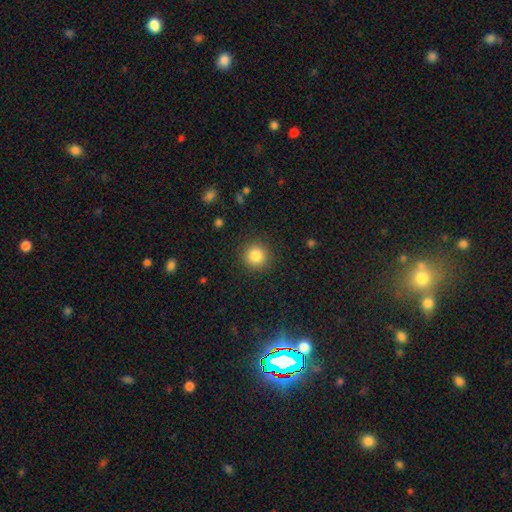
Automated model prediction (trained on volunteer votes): Smooth or featured?
  - smooth: 85% *
  - star or artifact: 10%
  - featured or disk: 5%
How rounded?
  - round: 94% *
  - in between: 6%
  - cigar-shaped: 1%
Merging?
  - none: 90% *
  - minor disturbance: 6%
  - major disturbance: 3%
  - merger: 1%